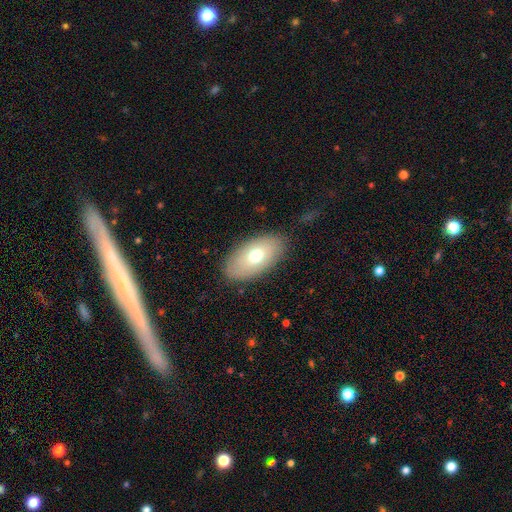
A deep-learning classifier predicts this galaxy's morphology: Smooth or featured? Predicted: smooth (p=0.68). How rounded? Predicted: in between (p=0.93). Merging? Predicted: none (p=0.84).